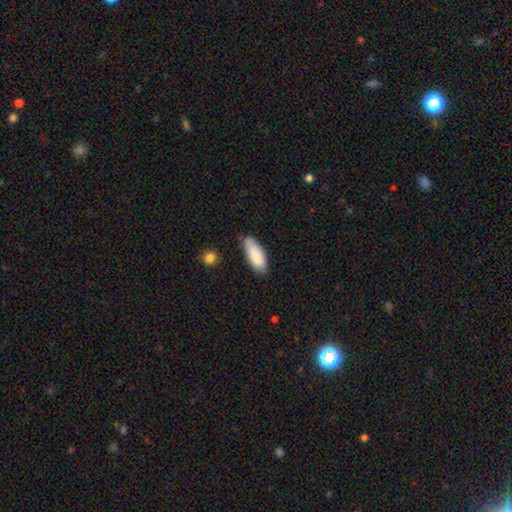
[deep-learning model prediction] Smooth or featured? Predicted: smooth (p=0.85). How rounded? Predicted: in between (p=0.76). Merging? Predicted: none (p=0.73).